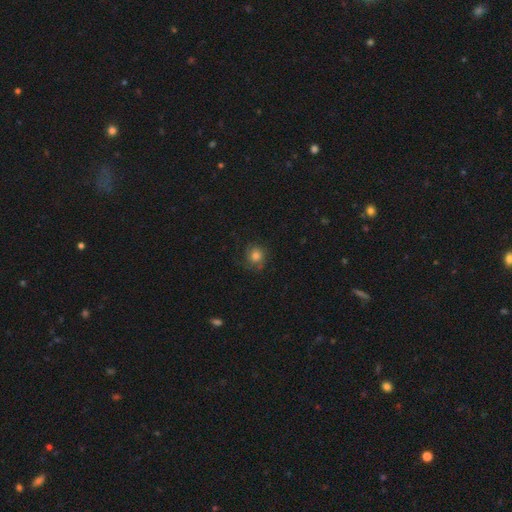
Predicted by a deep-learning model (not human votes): smooth 70%, featured or disk 19%, star or artifact 11%. Down the decision tree: how rounded — round (82%); merging — none (67%).